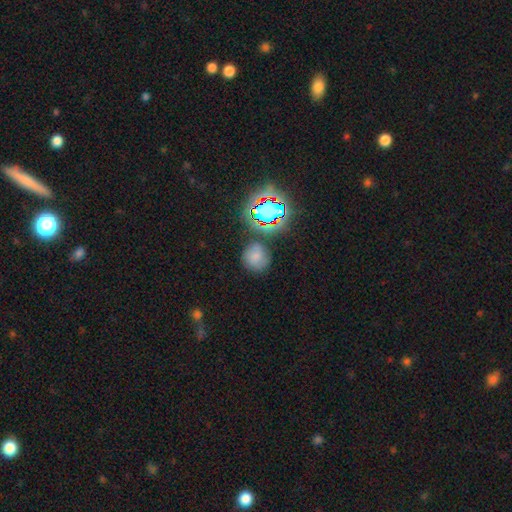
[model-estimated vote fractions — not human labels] Smooth or featured: smooth — 66% (star or artifact — 21%)
How rounded: round — 85% (in between — 14%)
Merging: none — 73% (minor disturbance — 15%)